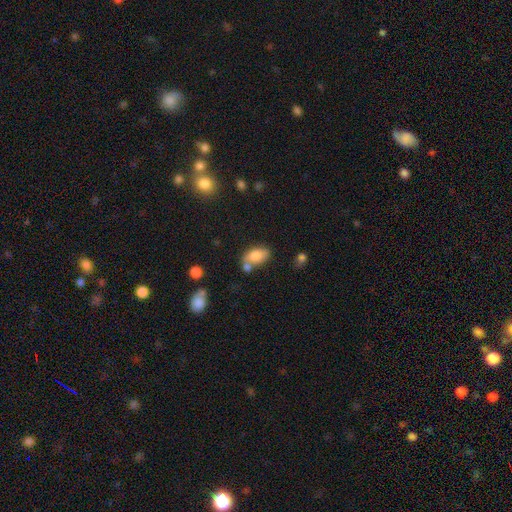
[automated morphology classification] Smooth or featured: smooth — 81% (featured or disk — 11%)
How rounded: in between — 91% (round — 7%)
Merging: none — 48% (merger — 28%)